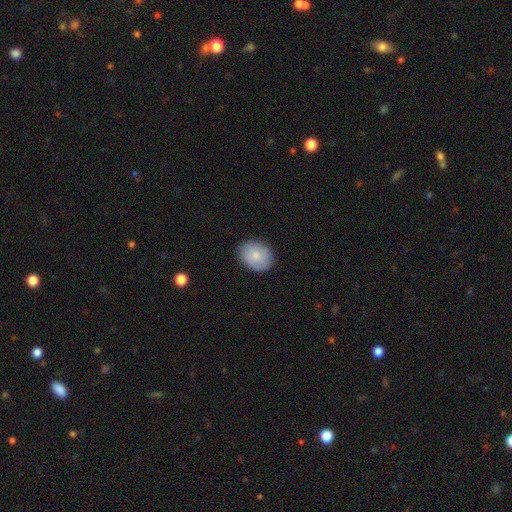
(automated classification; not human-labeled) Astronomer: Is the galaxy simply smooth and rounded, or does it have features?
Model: smooth — 78%.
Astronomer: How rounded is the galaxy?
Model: in between — 57% (runner-up: round, 43%).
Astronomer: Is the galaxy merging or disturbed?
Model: none — 84%.